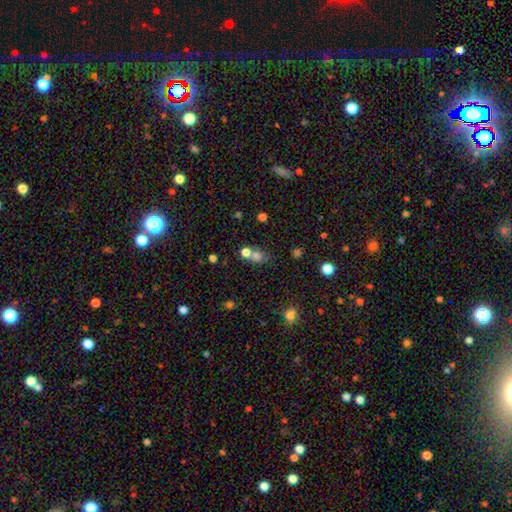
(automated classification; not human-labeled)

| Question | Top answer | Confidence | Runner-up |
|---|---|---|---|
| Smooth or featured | smooth | 74% | star or artifact (17%) |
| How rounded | round | 64% | in between (35%) |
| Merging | merger | 47% | none (41%) |